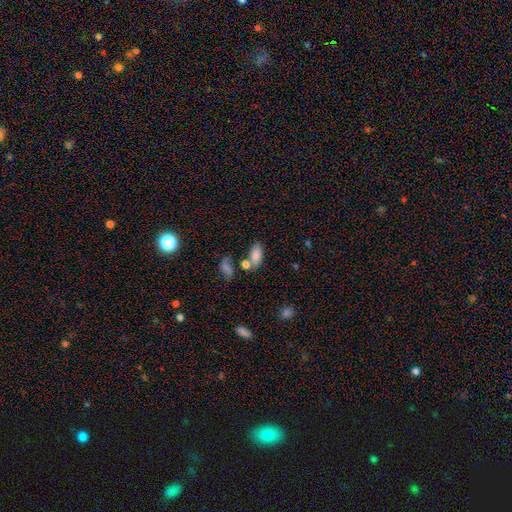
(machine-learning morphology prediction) Smooth or featured?
  - smooth: 80% *
  - featured or disk: 10%
  - star or artifact: 9%
How rounded?
  - in between: 91% *
  - cigar-shaped: 5%
  - round: 4%
Merging?
  - none: 52% *
  - merger: 25%
  - minor disturbance: 16%
  - major disturbance: 7%